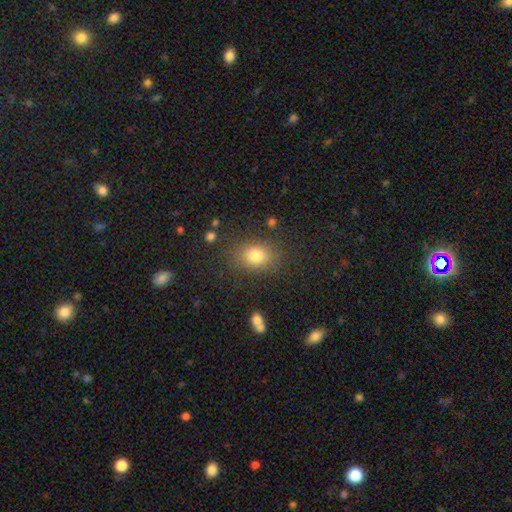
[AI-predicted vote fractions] Q: Smooth or featured?
A: smooth (80%); runner-up: star or artifact (12%)
Q: How rounded?
A: in between (63%); runner-up: round (35%)
Q: Merging?
A: none (81%); runner-up: minor disturbance (12%)